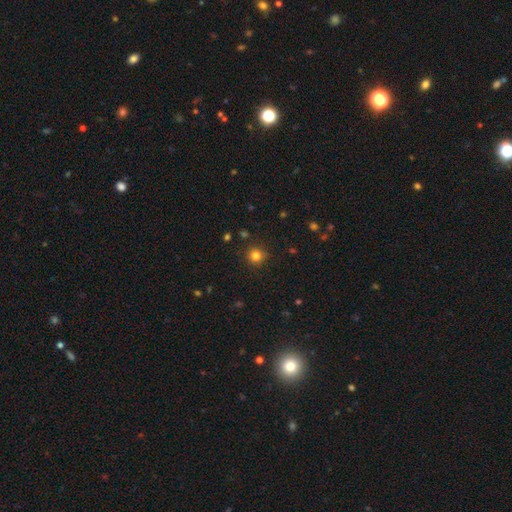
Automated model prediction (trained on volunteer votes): A smooth galaxy with no disk features (81%) that is round (94%).

Vote fractions:
- Smooth or featured? smooth: 81% / star or artifact: 14% / featured or disk: 5%
- How rounded? round: 94% / in between: 5% / cigar-shaped: 1%
- Merging? none: 90% / minor disturbance: 7% / major disturbance: 2% / merger: 1%